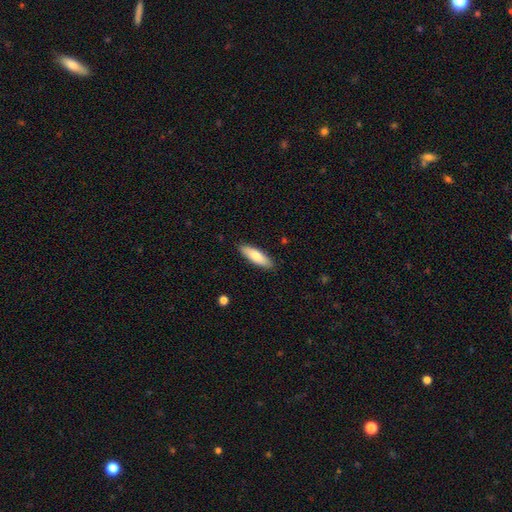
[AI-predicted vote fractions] This appears to be a smooth galaxy with no disk features (77%) that is cigar-shaped (52%). Merging: none (88%).